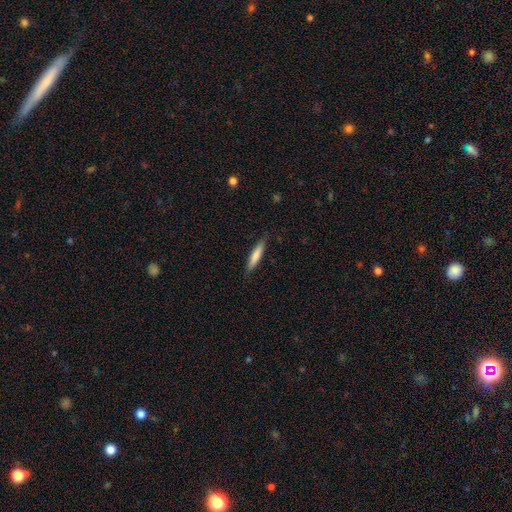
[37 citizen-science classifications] Morphology: type=smooth (76%); roundness=cigar-shaped (89%); merging=none (89%).